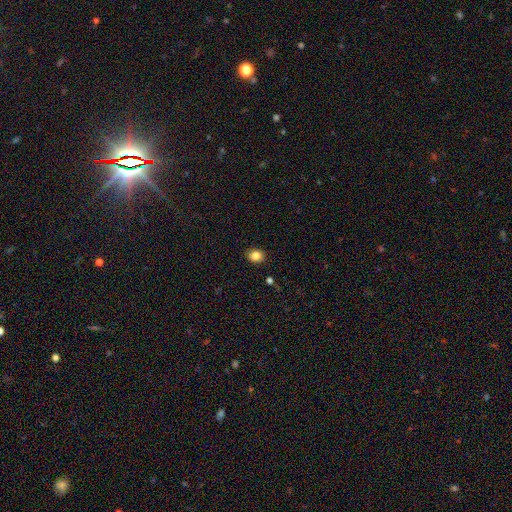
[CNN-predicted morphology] Smooth or featured?
  - smooth: 84% *
  - star or artifact: 11%
  - featured or disk: 5%
How rounded?
  - round: 62% *
  - in between: 37%
  - cigar-shaped: 1%
Merging?
  - none: 89% *
  - minor disturbance: 7%
  - major disturbance: 2%
  - merger: 1%